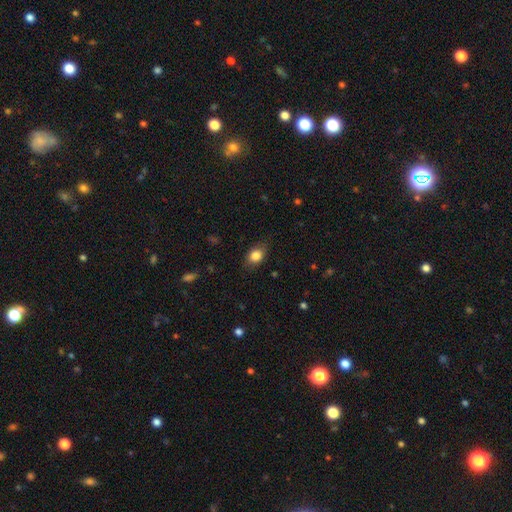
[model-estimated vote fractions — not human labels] Q: Smooth or featured?
A: smooth (83%); runner-up: star or artifact (9%)
Q: How rounded?
A: in between (70%); runner-up: round (29%)
Q: Merging?
A: none (80%); runner-up: minor disturbance (16%)